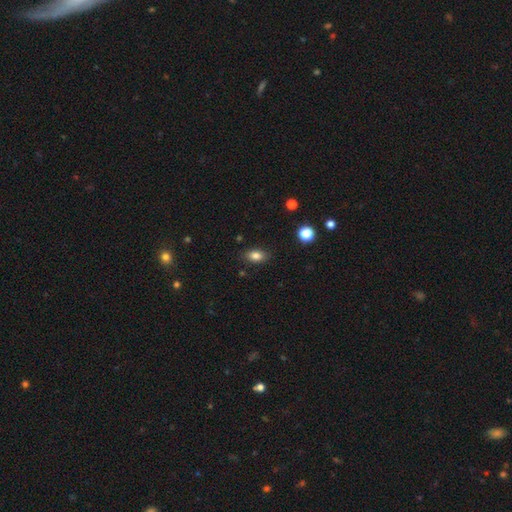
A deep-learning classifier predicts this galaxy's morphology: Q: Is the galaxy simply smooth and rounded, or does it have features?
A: smooth — 83%.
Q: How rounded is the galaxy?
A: in between — 83%.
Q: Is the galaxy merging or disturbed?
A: none — 85%.